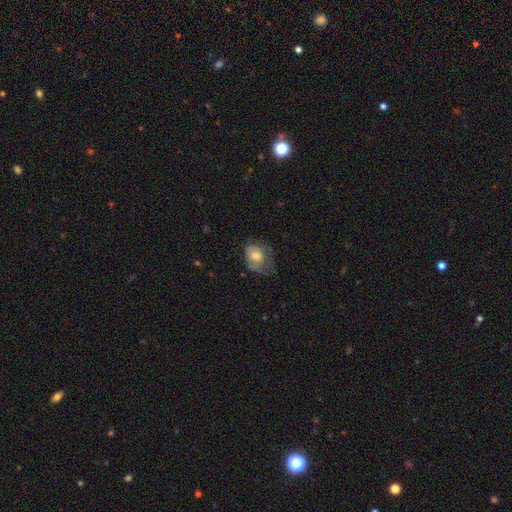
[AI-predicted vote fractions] A smooth galaxy with no disk features (60%) that is in between round and cigar-shaped (62%). Merging: none (37%).